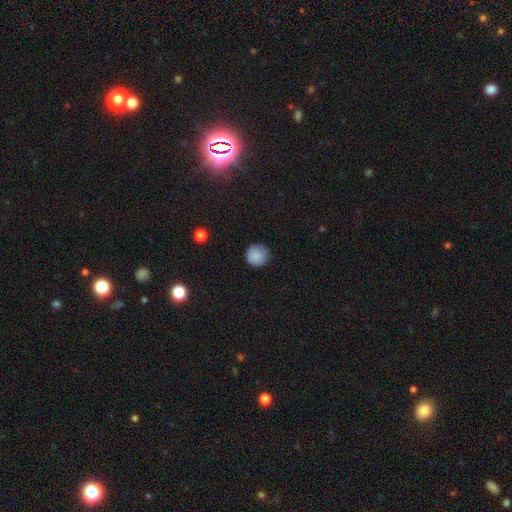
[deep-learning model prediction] smooth-or-featured: smooth: 86% | star or artifact: 9% | featured or disk: 5%
  how-rounded: round: 93% | in between: 6% | cigar-shaped: 1%
  merging: none: 85% | minor disturbance: 11% | major disturbance: 3% | merger: 1%